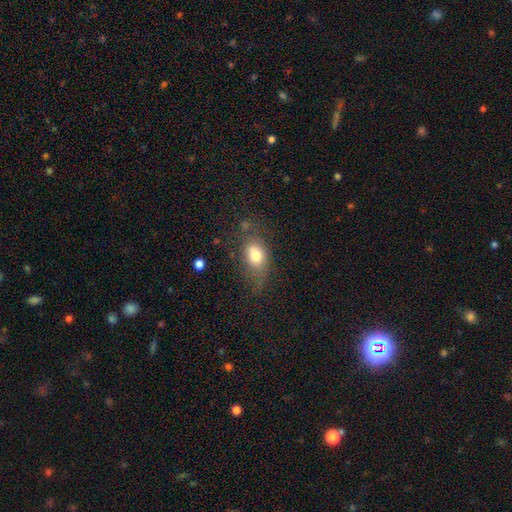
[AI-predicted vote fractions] Q: Smooth or featured?
A: smooth (73%); runner-up: featured or disk (16%)
Q: How rounded?
A: in between (73%); runner-up: round (24%)
Q: Merging?
A: none (51%); runner-up: minor disturbance (28%)